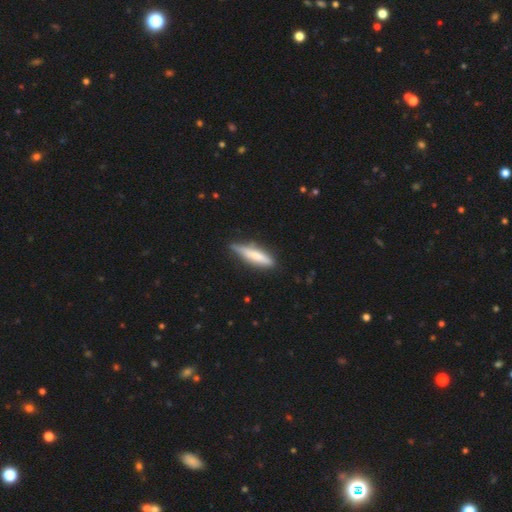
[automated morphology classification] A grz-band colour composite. It shows a smooth galaxy with no disk features (64%) that is cigar-shaped (78%). Merging: none (70%).